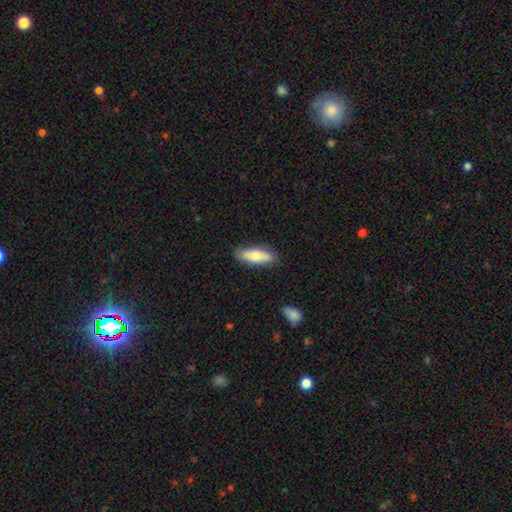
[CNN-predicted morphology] Smooth or featured? Predicted: smooth (p=0.67). How rounded? Predicted: in between (p=0.57). Merging? Predicted: none (p=0.84).